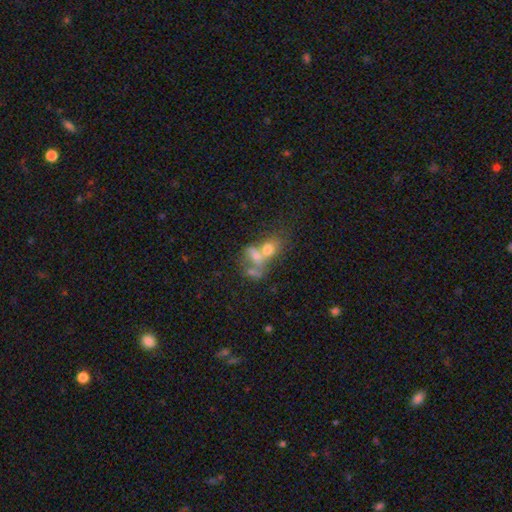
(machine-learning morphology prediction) type=smooth (56%); roundness=in between (65%); merging=merger (70%).